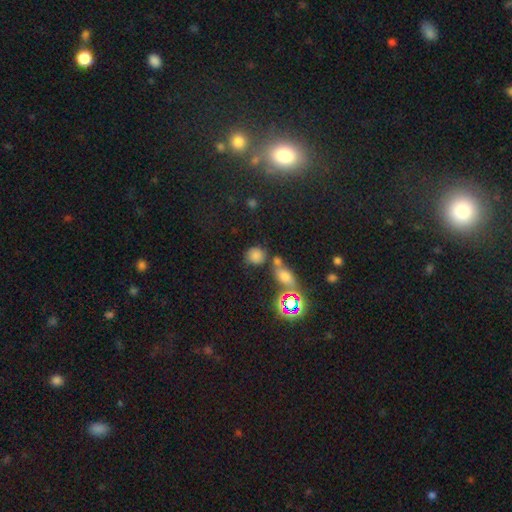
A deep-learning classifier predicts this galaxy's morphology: smooth-or-featured: smooth: 69% | star or artifact: 22% | featured or disk: 9%
  how-rounded: round: 78% | in between: 20% | cigar-shaped: 2%
  merging: none: 60% | merger: 21% | minor disturbance: 13% | major disturbance: 6%